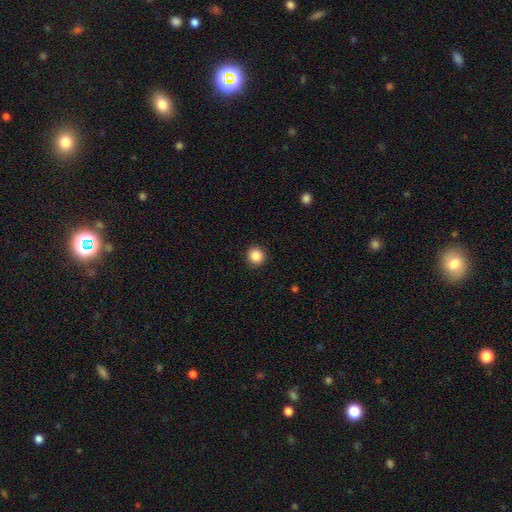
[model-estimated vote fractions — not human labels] This appears to be a smooth galaxy with no disk features (87%) that is round (93%). Merging: none (92%).